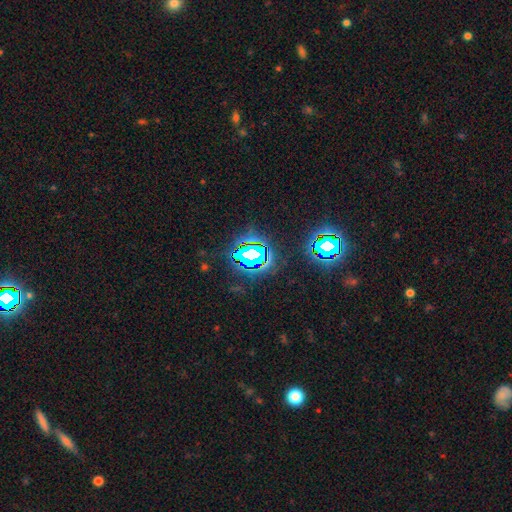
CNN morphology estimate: Overall: star or artifact (72%).